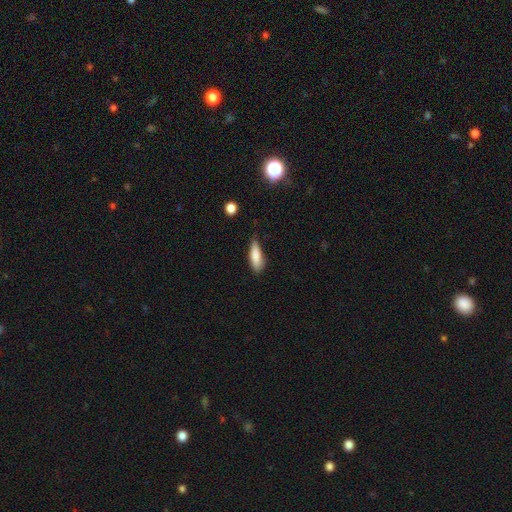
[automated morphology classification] type=smooth (82%); roundness=in between (52%); merging=none (67%).